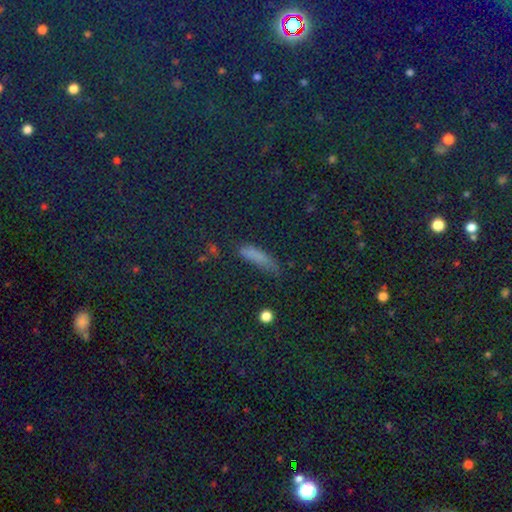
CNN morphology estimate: smooth_or_featured: smooth (p=0.63) [alt: star or artifact p=0.26]
how_rounded: cigar-shaped (p=0.71) [alt: in between p=0.21]
merging: none (p=0.59) [alt: minor disturbance p=0.24]